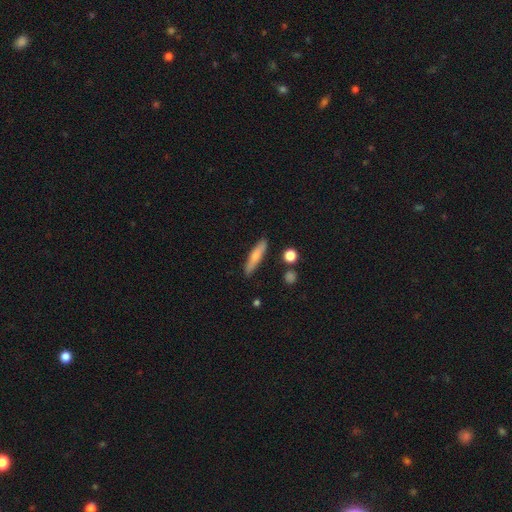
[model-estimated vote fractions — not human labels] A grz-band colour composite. It shows a smooth galaxy with no disk features (70%) that is cigar-shaped (82%). Merging: none (85%).